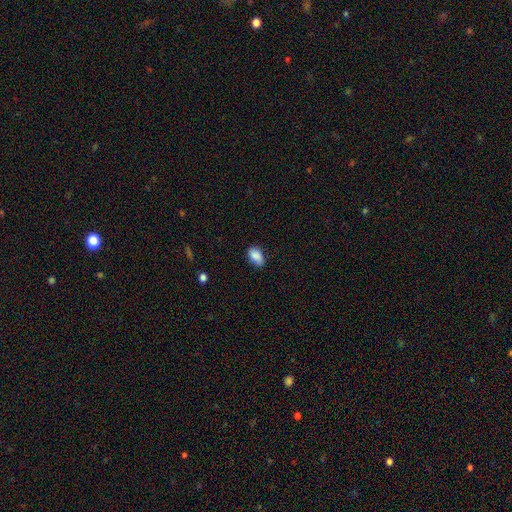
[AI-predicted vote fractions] A smooth galaxy with no disk features (87%) that is in between round and cigar-shaped (91%). Merging: none (76%).